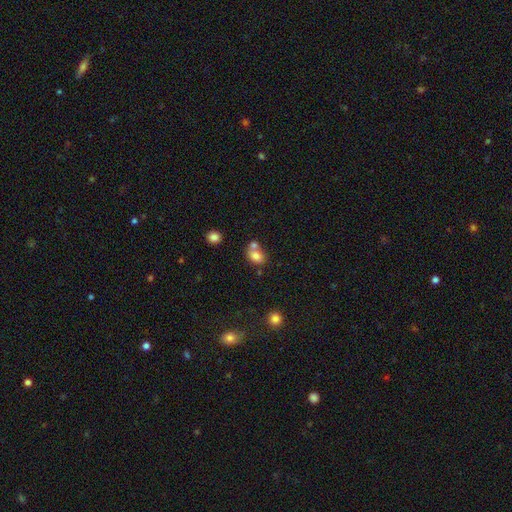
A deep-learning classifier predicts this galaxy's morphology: A smooth galaxy with no disk features (79%) that is in between round and cigar-shaped (62%). Merging: merger (48%).